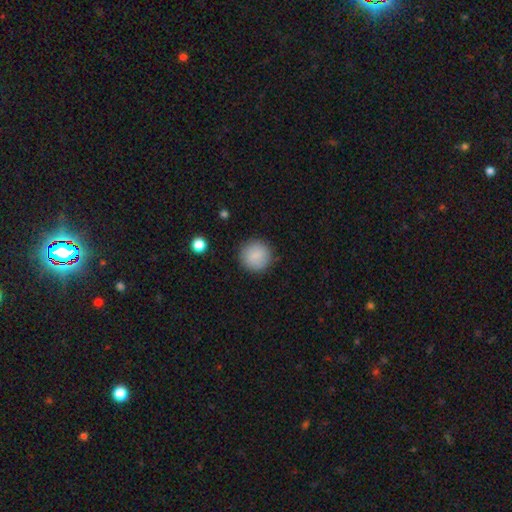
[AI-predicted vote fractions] Morphology: type=smooth (87%); roundness=round (94%); merging=none (89%).